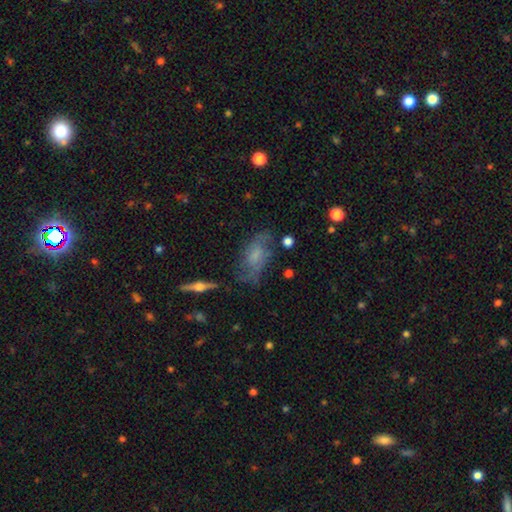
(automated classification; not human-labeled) smooth_or_featured: featured or disk (p=0.58) [alt: smooth p=0.32]
disk_edge_on: no (p=0.85) [alt: yes p=0.15]
merging: none (p=0.60) [alt: minor disturbance p=0.24]